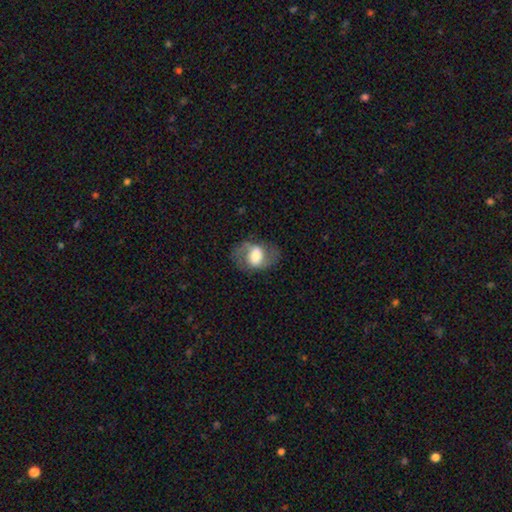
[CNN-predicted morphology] Smooth or featured? Predicted: featured or disk (p=0.54). Edge-on disk? Predicted: no (p=0.95). Bar? Predicted: no (p=0.39, tied with weak). Spiral arms? Predicted: yes (p=0.72). Bulge size? Predicted: large (p=0.40). Merging? Predicted: none (p=0.73).